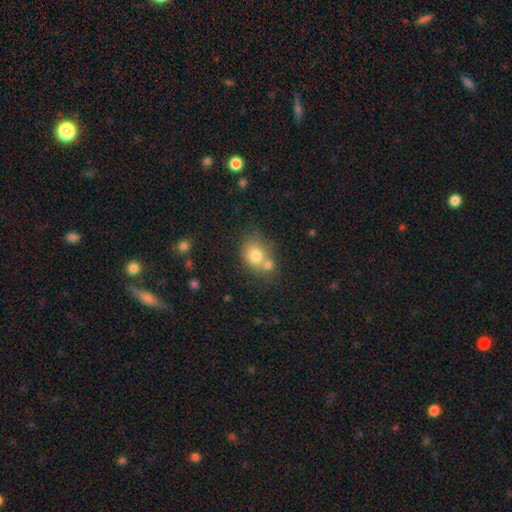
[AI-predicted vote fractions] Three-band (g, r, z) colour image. It shows a smooth galaxy with no disk features (76%) that is round (57%). Merging: none (42%).